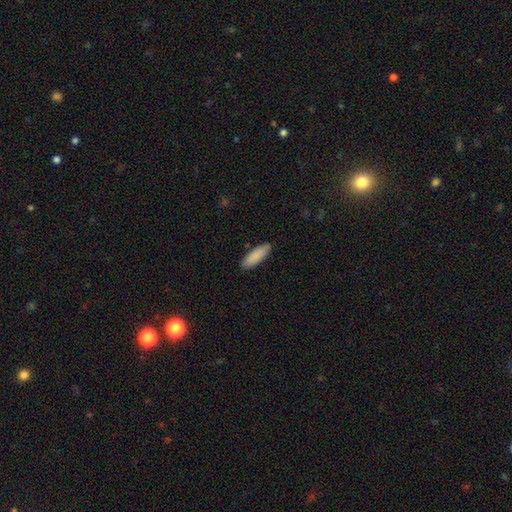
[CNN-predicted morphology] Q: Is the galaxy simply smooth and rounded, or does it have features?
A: smooth — 88%.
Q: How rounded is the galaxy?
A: in between — 57%.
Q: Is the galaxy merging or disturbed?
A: none — 86%.